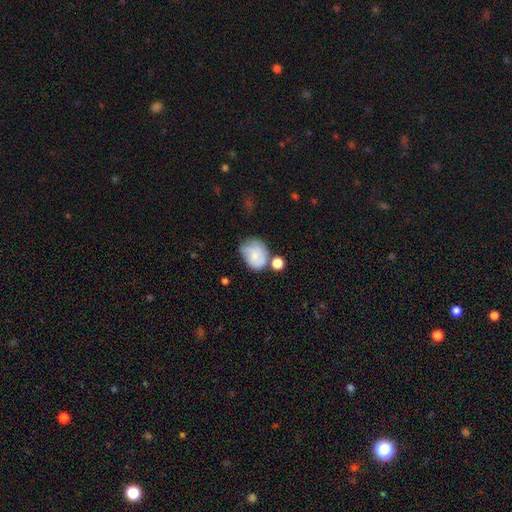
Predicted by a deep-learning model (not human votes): Overall: smooth (66%). How rounded: round (50%; in between 49%). Merging: none (36%; minor disturbance 32%).